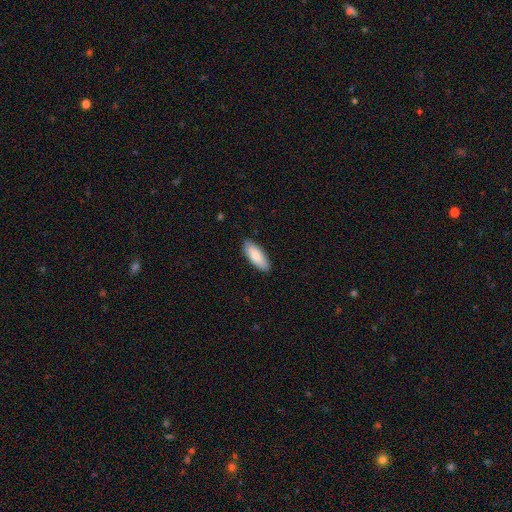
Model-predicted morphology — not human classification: This is clearly a smooth galaxy (82%). How rounded: likely in between (77%). Merging: clearly none (88%).